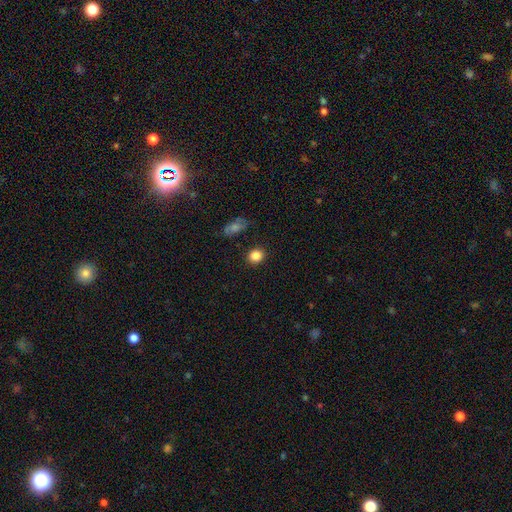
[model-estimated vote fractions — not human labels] A smooth galaxy with no disk features (86%) that is round (73%). Merging: none (87%).